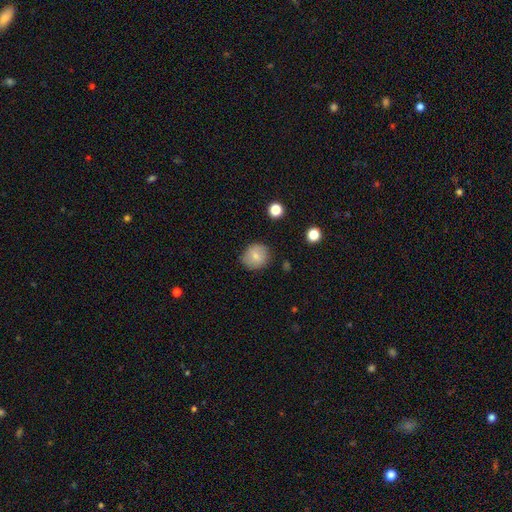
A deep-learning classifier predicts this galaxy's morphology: smooth_or_featured: smooth (p=0.80) [alt: featured or disk p=0.12]
how_rounded: round (p=0.85) [alt: in between p=0.14]
merging: none (p=0.82) [alt: minor disturbance p=0.13]